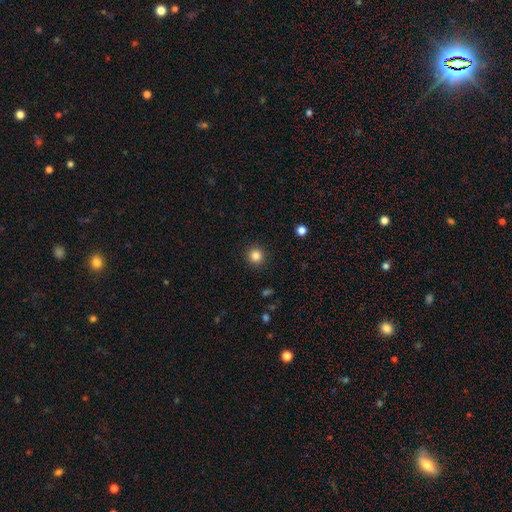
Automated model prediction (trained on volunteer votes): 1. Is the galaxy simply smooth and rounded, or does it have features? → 84% smooth, 12% star or artifact, 4% featured or disk.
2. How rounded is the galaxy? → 95% round, 4% in between, 1% cigar-shaped.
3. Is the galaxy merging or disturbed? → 92% none, 5% minor disturbance, 2% major disturbance, 1% merger.